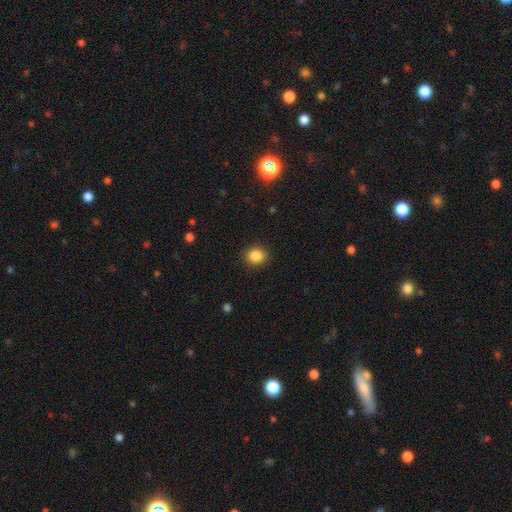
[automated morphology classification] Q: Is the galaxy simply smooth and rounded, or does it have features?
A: smooth — 87%.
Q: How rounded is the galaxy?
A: round — 77%.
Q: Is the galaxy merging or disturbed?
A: none — 90%.